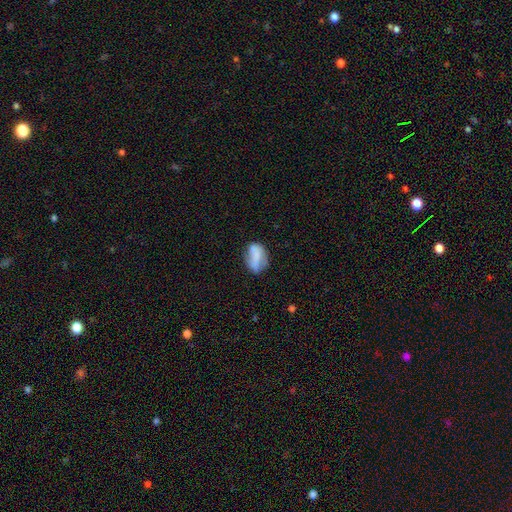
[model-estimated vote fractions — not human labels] Smooth or featured?
  - smooth: 68% *
  - featured or disk: 23%
  - star or artifact: 9%
How rounded?
  - in between: 85% *
  - round: 11%
  - cigar-shaped: 4%
Merging?
  - none: 50% *
  - minor disturbance: 30%
  - major disturbance: 14%
  - merger: 6%